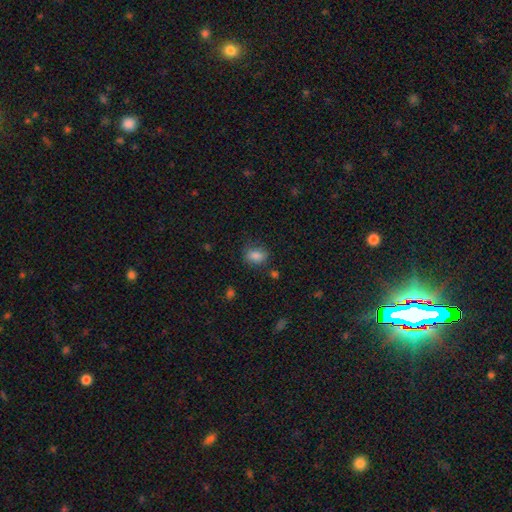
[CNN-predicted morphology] Smooth or featured?
  - smooth: 83% *
  - star or artifact: 10%
  - featured or disk: 6%
How rounded?
  - in between: 69% *
  - round: 29%
  - cigar-shaped: 2%
Merging?
  - none: 73% *
  - minor disturbance: 18%
  - major disturbance: 6%
  - merger: 3%